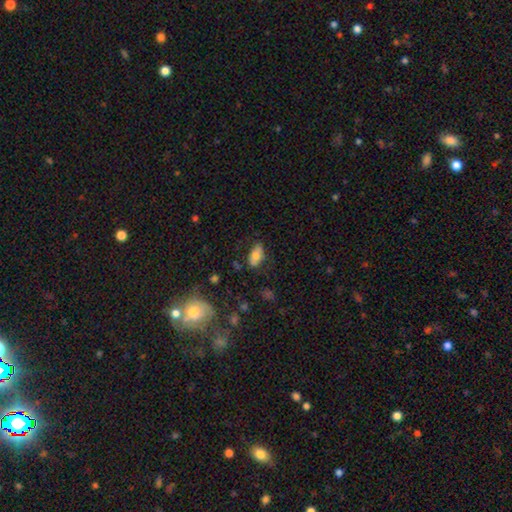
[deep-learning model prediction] smooth-or-featured: smooth: 73% | featured or disk: 18% | star or artifact: 8%
  how-rounded: in between: 90% | cigar-shaped: 6% | round: 4%
  merging: none: 70% | minor disturbance: 22% | major disturbance: 6% | merger: 2%